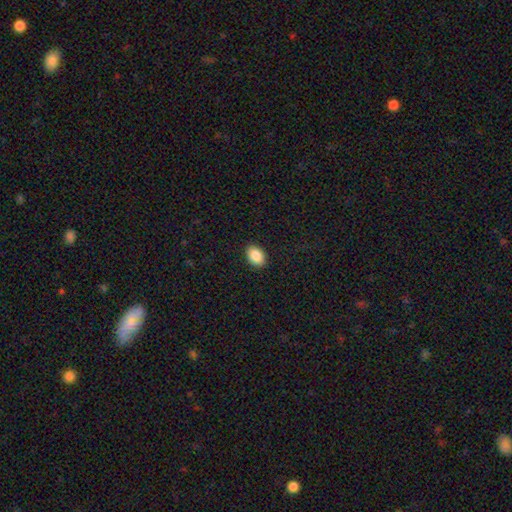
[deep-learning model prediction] smooth_or_featured: smooth (p=0.88) [alt: star or artifact p=0.07]
how_rounded: in between (p=0.85) [alt: round p=0.14]
merging: none (p=0.90) [alt: minor disturbance p=0.07]